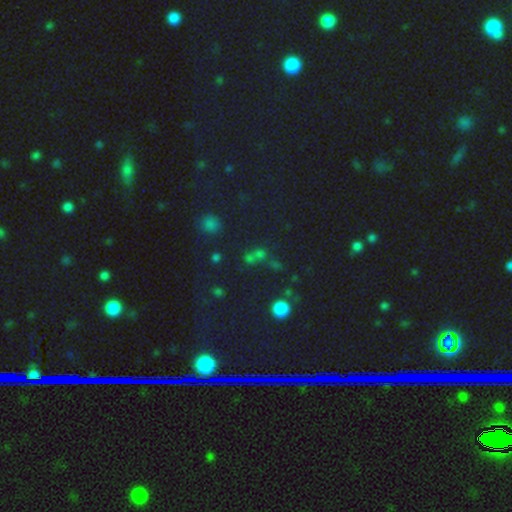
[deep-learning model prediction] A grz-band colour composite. It shows a smooth galaxy with no disk features (48%). Merging: none (47%).